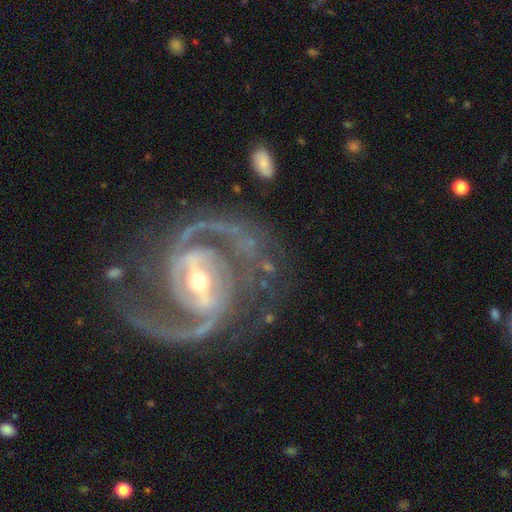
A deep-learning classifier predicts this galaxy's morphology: A featured or disk galaxy (93%) with a strong bar (56%), 2 (90%) medium (63%) spiral arms (98%) and a moderate central bulge (55%). Merging: none (73%).